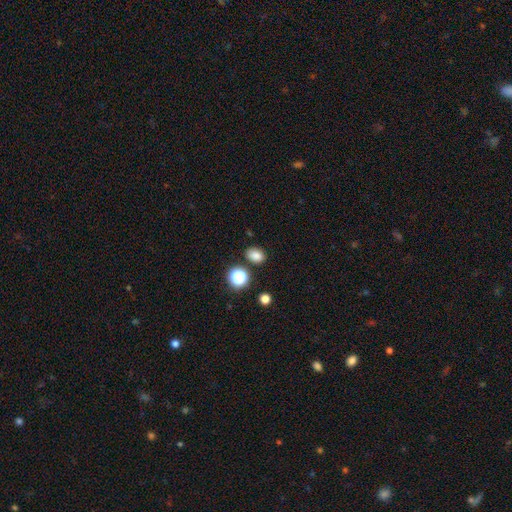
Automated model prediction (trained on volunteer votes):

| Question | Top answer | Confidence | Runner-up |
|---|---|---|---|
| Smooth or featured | smooth | 81% | star or artifact (14%) |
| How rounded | in between | 66% | round (33%) |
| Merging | none | 83% | minor disturbance (10%) |